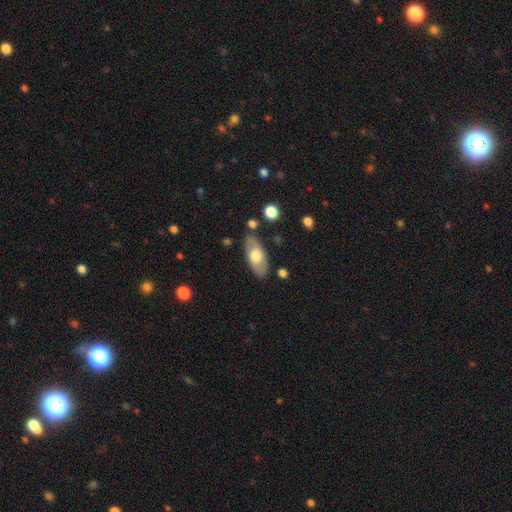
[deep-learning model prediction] The model was most divided on "smooth or featured": smooth: 59%, featured or disk: 36%, star or artifact: 5%. More confident: how rounded — in between (90%); merging — none (82%).